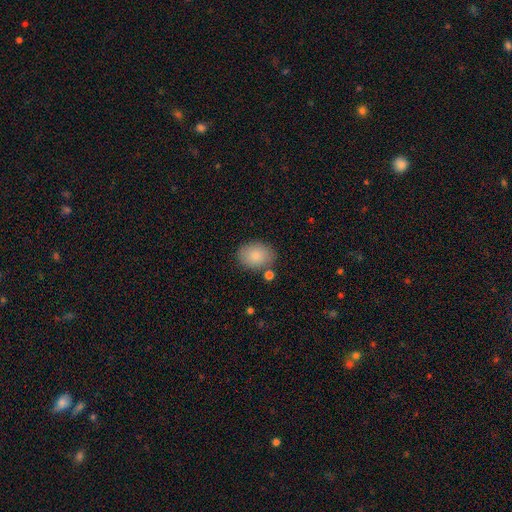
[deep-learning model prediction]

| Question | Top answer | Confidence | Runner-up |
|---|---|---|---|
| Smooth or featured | smooth | 84% | featured or disk (9%) |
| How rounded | in between | 71% | round (28%) |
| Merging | none | 78% | minor disturbance (13%) |